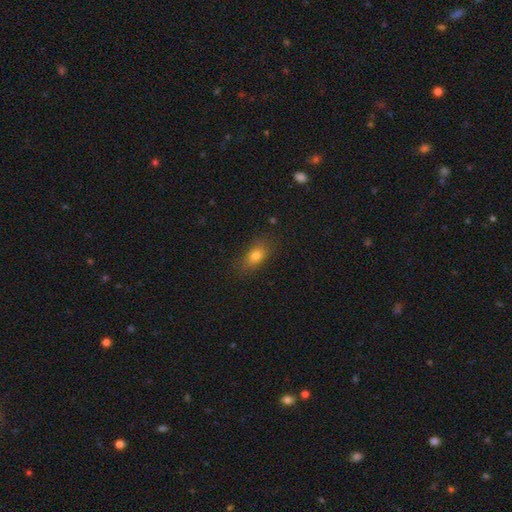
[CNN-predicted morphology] The model was most divided on "merging": none: 79%, minor disturbance: 15%, major disturbance: 5%, merger: 1%. More confident: how rounded — in between (79%); smooth or featured — smooth (78%).